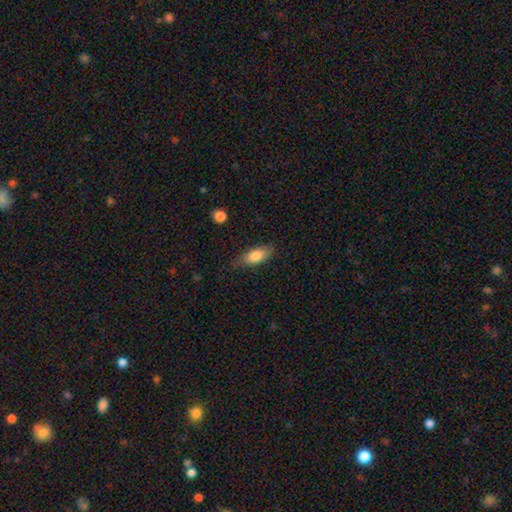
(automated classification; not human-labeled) A smooth galaxy with no disk features (80%) that is in between round and cigar-shaped (81%). Merging: none (75%).